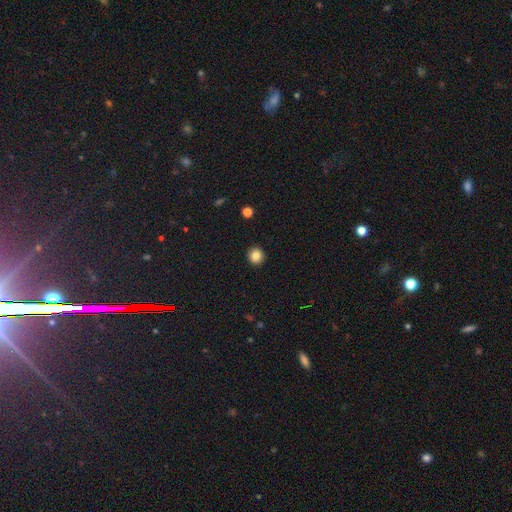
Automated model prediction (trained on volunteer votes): smooth 85%, star or artifact 10%, featured or disk 5%. Down the decision tree: how rounded — round (91%); merging — none (93%).